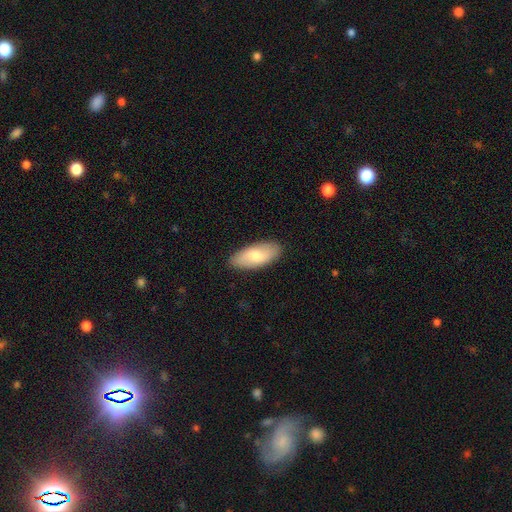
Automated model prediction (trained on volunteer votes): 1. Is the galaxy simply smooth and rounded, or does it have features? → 72% smooth, 22% featured or disk, 5% star or artifact.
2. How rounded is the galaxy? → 87% in between, 10% cigar-shaped, 2% round.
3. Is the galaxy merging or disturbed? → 88% none, 9% minor disturbance, 2% major disturbance, 1% merger.